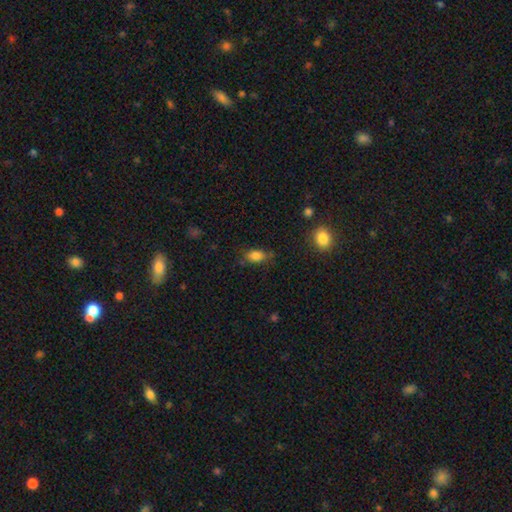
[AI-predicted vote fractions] This is clearly a smooth galaxy (83%). How rounded: clearly in between (85%). Merging: likely none (67%).